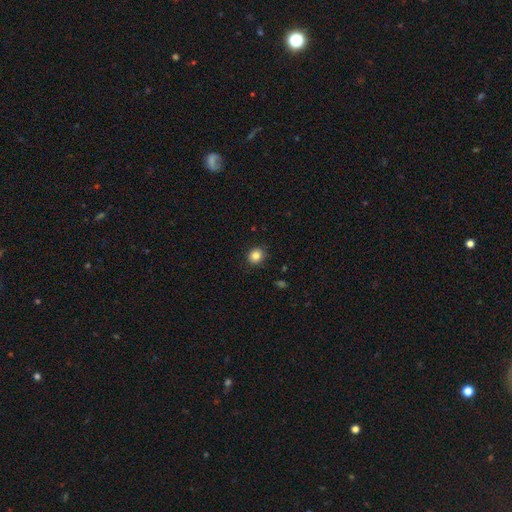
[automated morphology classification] Smooth or featured?
  - smooth: 83% *
  - star or artifact: 11%
  - featured or disk: 6%
How rounded?
  - round: 83% *
  - in between: 16%
  - cigar-shaped: 1%
Merging?
  - none: 89% *
  - minor disturbance: 8%
  - major disturbance: 2%
  - merger: 1%